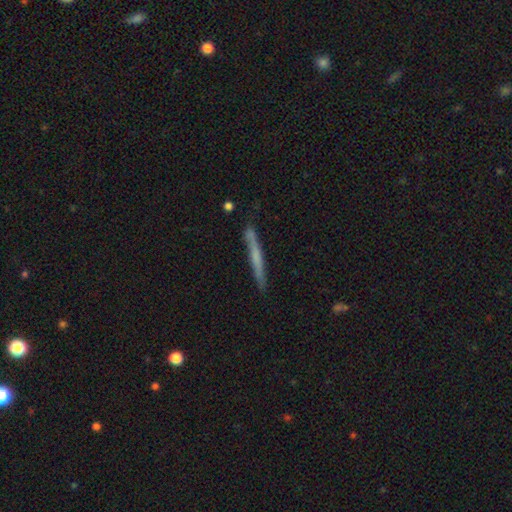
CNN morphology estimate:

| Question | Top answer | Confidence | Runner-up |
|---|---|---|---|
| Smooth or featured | featured or disk | 49% | smooth (44%) |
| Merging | none | 83% | minor disturbance (12%) |